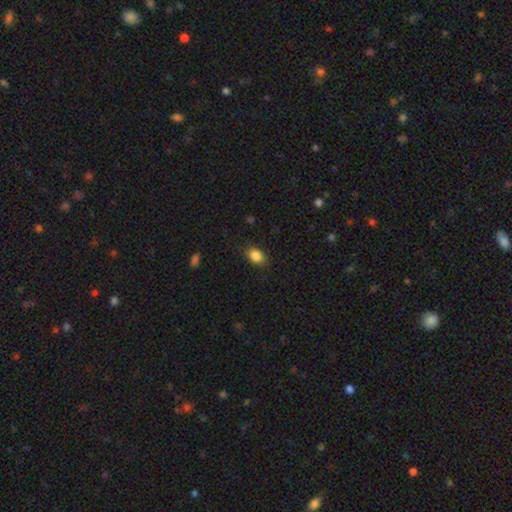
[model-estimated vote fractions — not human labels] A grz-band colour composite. It shows a smooth galaxy with no disk features (86%) that is in between round and cigar-shaped (68%). Merging: none (83%).